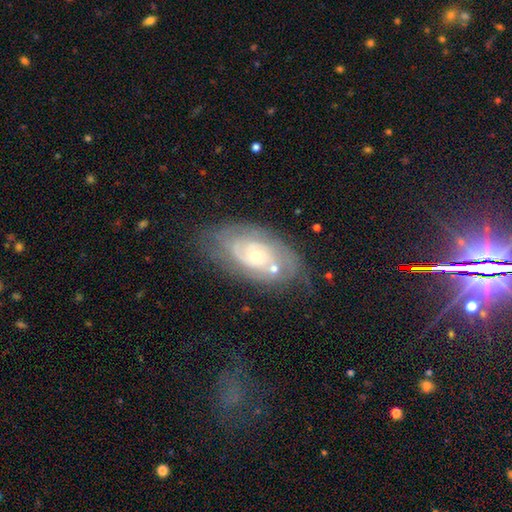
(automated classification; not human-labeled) Smooth or featured? Predicted: featured or disk (p=0.78). Edge-on disk? Predicted: no (p=0.95). Bar? Predicted: no (p=0.79). Spiral arms? Predicted: yes (p=0.87). Spiral winding? Predicted: tight (p=0.68). Spiral arm count? Predicted: can't tell (p=0.40). Bulge size? Predicted: small (p=0.68). Merging? Predicted: none (p=0.64).